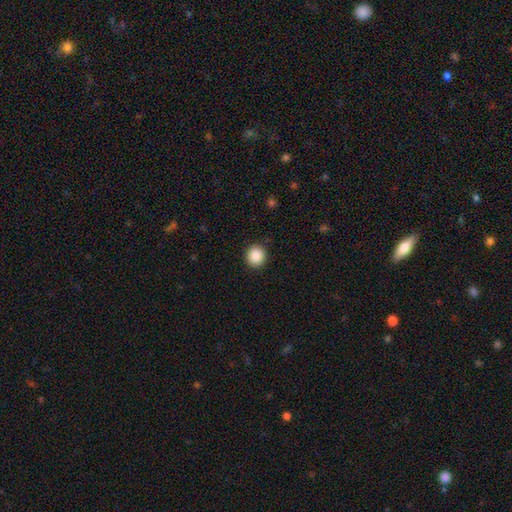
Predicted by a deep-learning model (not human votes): Smooth or featured? Predicted: smooth (p=0.87). How rounded? Predicted: round (p=0.91). Merging? Predicted: none (p=0.91).